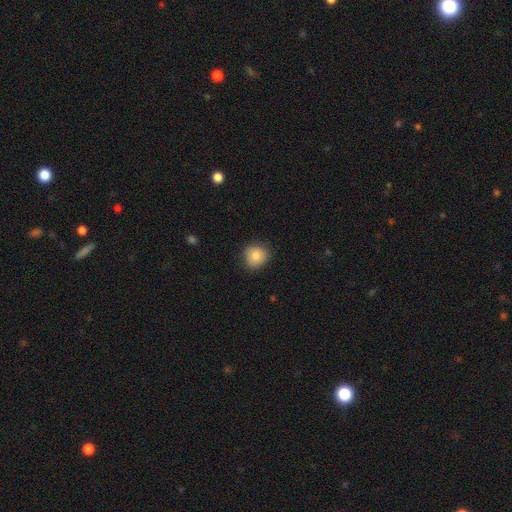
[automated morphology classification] Smooth or featured?
  - smooth: 85% *
  - star or artifact: 8%
  - featured or disk: 7%
How rounded?
  - round: 85% *
  - in between: 14%
  - cigar-shaped: 1%
Merging?
  - none: 82% *
  - minor disturbance: 14%
  - major disturbance: 3%
  - merger: 1%